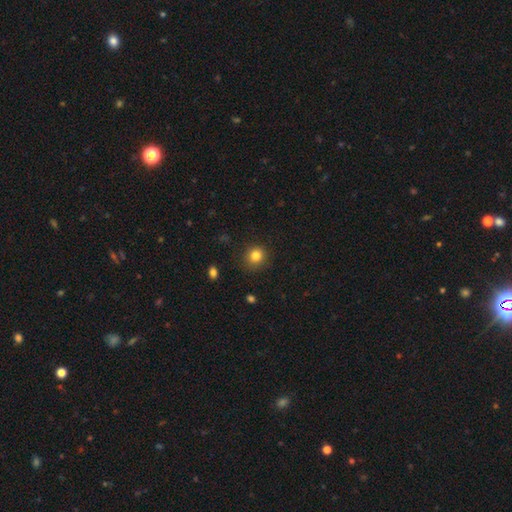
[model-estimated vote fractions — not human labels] smooth_or_featured: smooth (p=0.83) [alt: star or artifact p=0.12]
how_rounded: round (p=0.86) [alt: in between p=0.13]
merging: none (p=0.85) [alt: minor disturbance p=0.11]